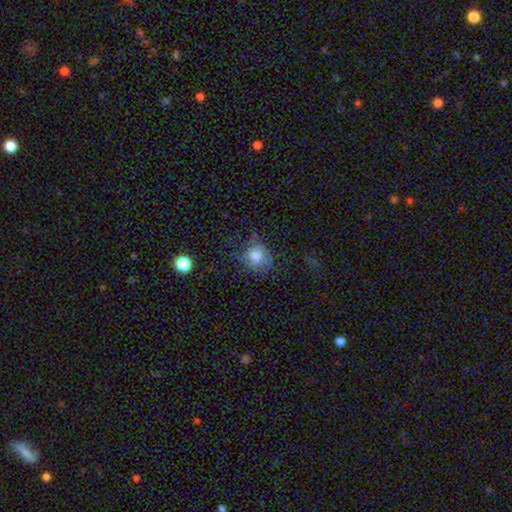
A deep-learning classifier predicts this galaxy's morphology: Overall: smooth (78%). How rounded: round (74%). Merging: none (53%; minor disturbance 28%).